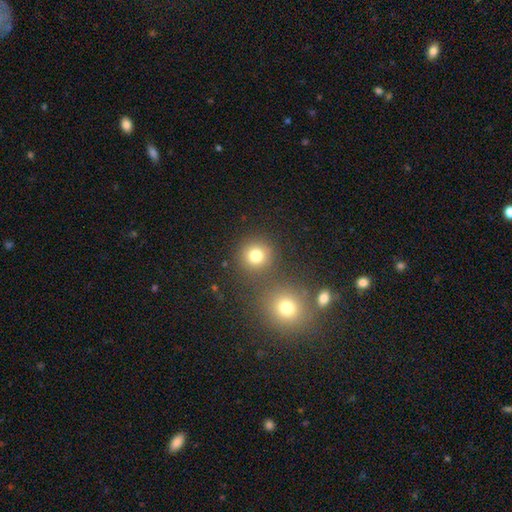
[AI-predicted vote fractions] This appears to be a smooth galaxy with no disk features (78%) that is round (91%). Merging: none (75%).